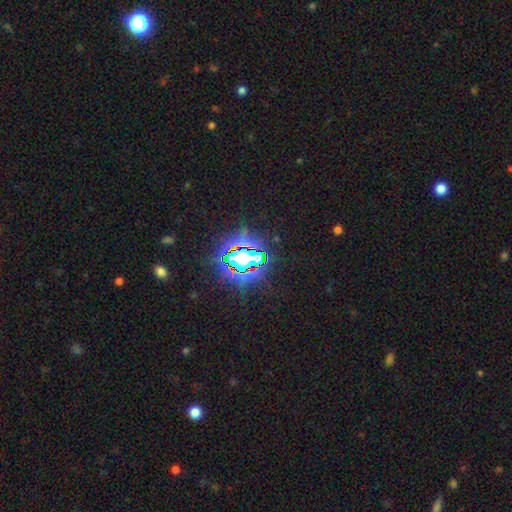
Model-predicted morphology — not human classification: A star or artifact, not a galaxy (84%).

Vote fractions:
- Smooth or featured? star or artifact: 84% / smooth: 10% / featured or disk: 7%